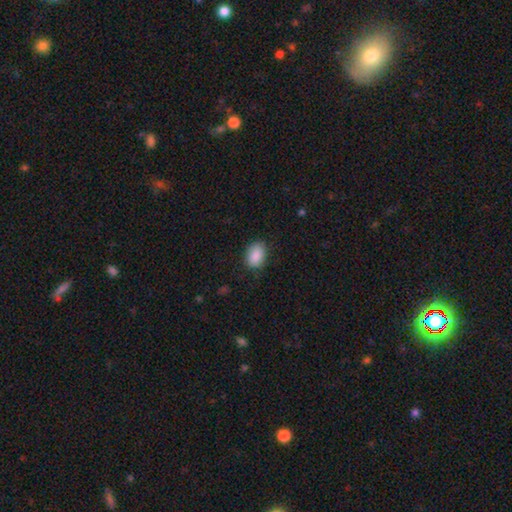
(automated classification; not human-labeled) This appears to be a smooth galaxy with no disk features (88%) that is in between round and cigar-shaped (83%). Merging: none (82%).